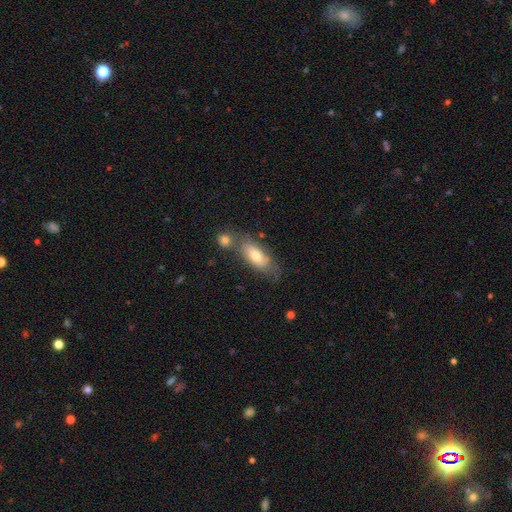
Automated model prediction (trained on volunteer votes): Smooth or featured? smooth (66%)
How rounded? in between (75%)
Merging? none (54%)